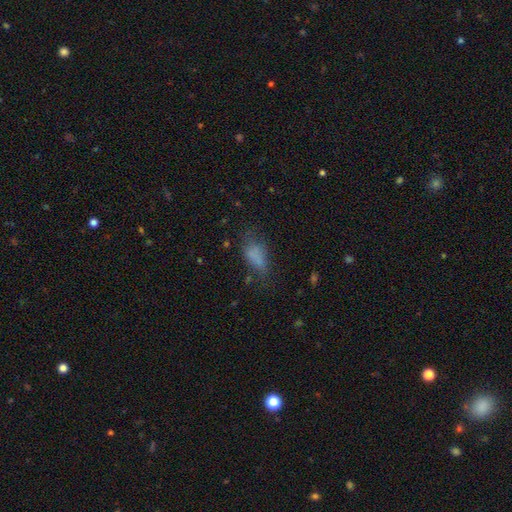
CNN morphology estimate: Overall: smooth (68%). How rounded: in between (85%). Merging: none (40%; minor disturbance 28%).